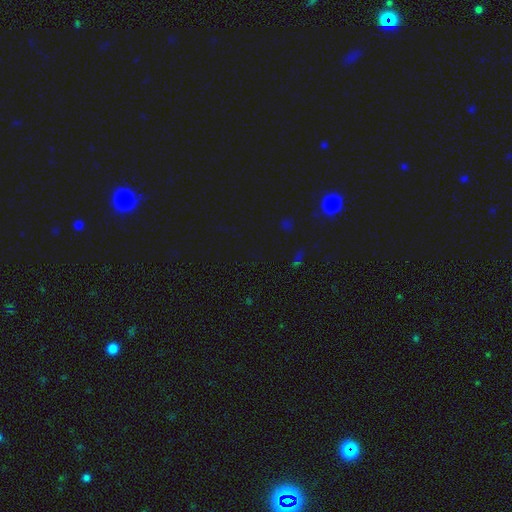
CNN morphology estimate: This appears to be a star or artifact, not a galaxy (75%).